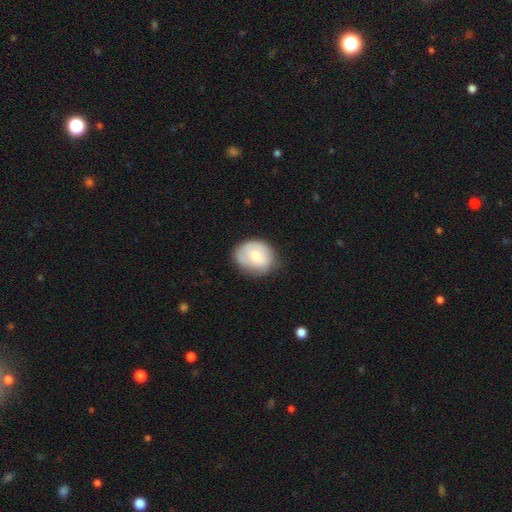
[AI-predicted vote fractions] This is likely a smooth galaxy (65%). How rounded: possibly round (56%). Merging: likely none (67%).